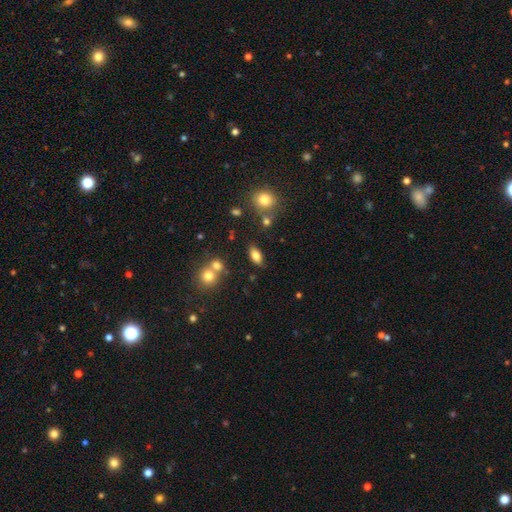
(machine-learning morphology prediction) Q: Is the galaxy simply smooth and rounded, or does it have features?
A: smooth — 77%.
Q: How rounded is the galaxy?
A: in between — 88%.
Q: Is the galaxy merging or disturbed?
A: none — 79%.